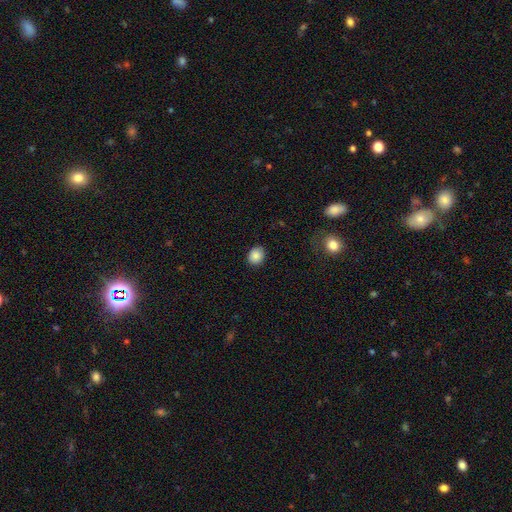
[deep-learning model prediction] smooth 87%, star or artifact 9%, featured or disk 4%. Down the decision tree: how rounded — round (67%); merging — none (89%).